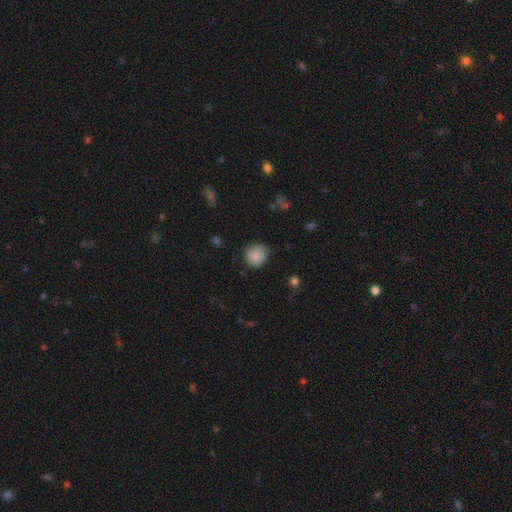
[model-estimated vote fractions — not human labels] Smooth or featured: smooth — 88% (star or artifact — 9%)
How rounded: round — 88% (in between — 11%)
Merging: none — 83% (minor disturbance — 13%)